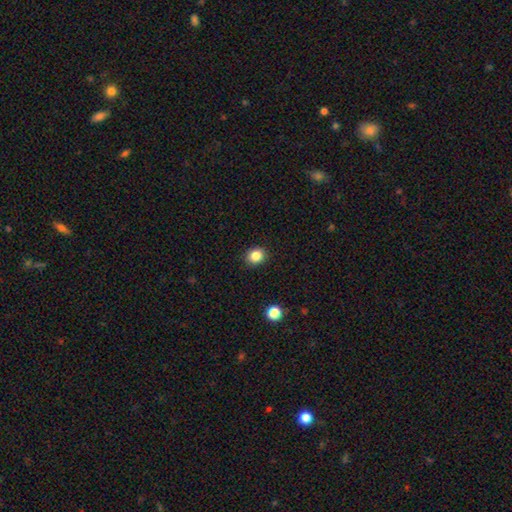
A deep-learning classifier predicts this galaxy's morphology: This appears to be a smooth galaxy with no disk features (84%) that is round (70%). Merging: none (91%).